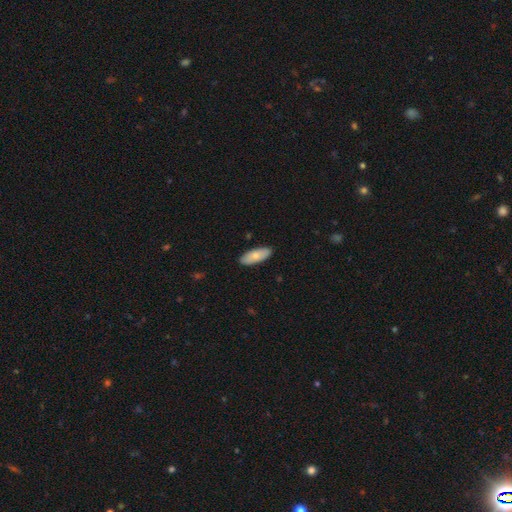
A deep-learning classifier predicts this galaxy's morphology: Q: Smooth or featured?
A: smooth (75%); runner-up: featured or disk (20%)
Q: How rounded?
A: in between (81%); runner-up: cigar-shaped (17%)
Q: Merging?
A: none (89%); runner-up: minor disturbance (9%)